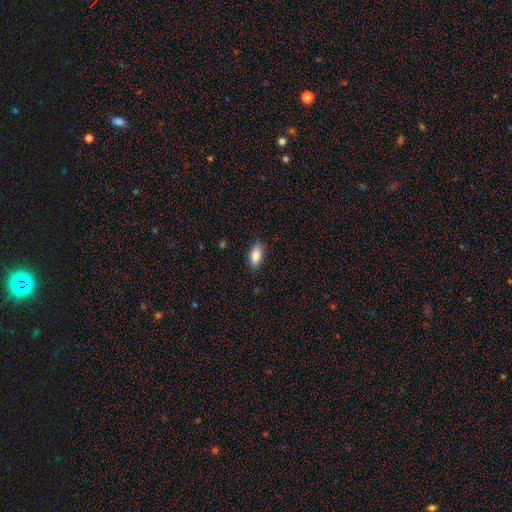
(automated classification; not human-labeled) smooth 88%, star or artifact 7%, featured or disk 5%. Down the decision tree: how rounded — in between (90%); merging — none (84%).